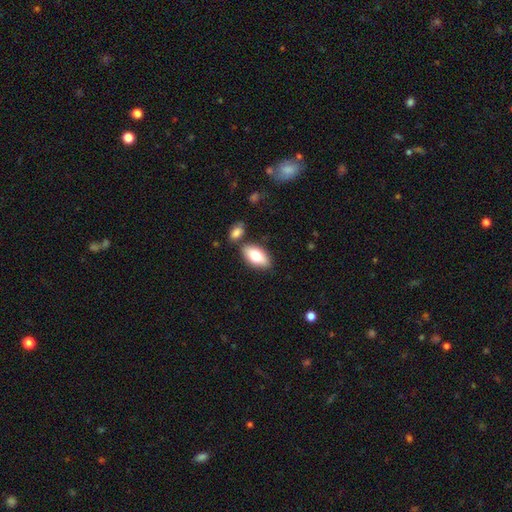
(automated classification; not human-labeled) Smooth or featured? Predicted: smooth (p=0.76). How rounded? Predicted: in between (p=0.91). Merging? Predicted: none (p=0.76).